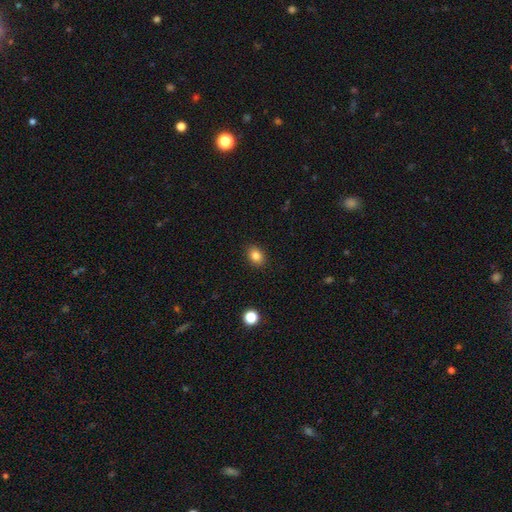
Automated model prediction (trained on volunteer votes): Morphology: type=smooth (83%); roundness=in between (58%); merging=none (89%).